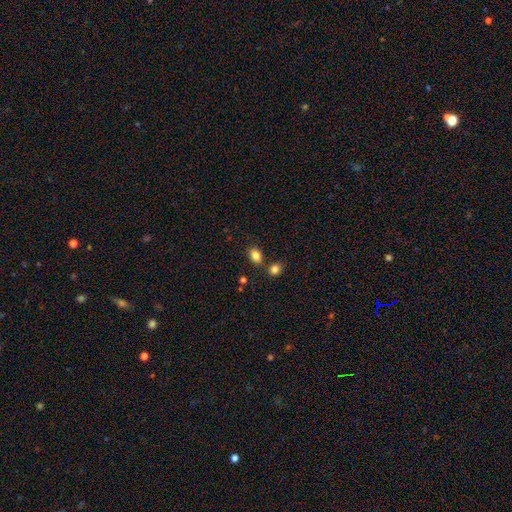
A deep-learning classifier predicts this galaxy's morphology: Q: Smooth or featured?
A: smooth (84%); runner-up: star or artifact (10%)
Q: How rounded?
A: in between (69%); runner-up: round (30%)
Q: Merging?
A: none (73%); runner-up: merger (14%)